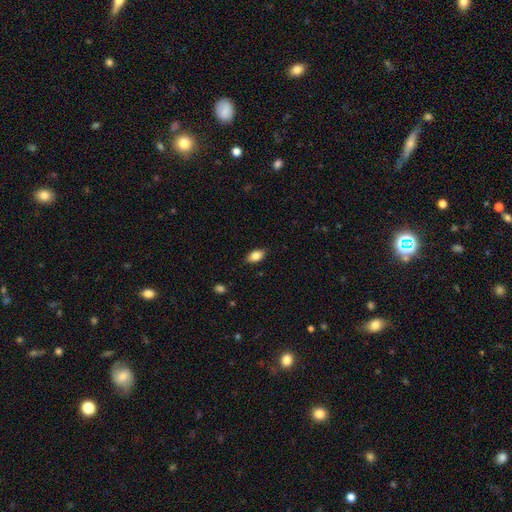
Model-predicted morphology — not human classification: This is clearly a smooth galaxy (83%). How rounded: clearly in between (90%). Merging: clearly none (85%).